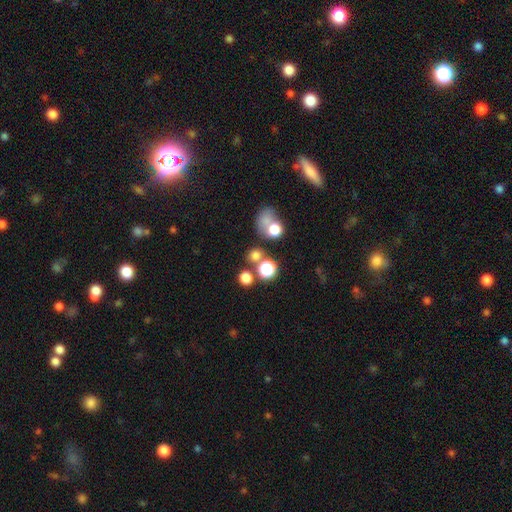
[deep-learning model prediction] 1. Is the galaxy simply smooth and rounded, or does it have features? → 69% smooth, 23% star or artifact, 9% featured or disk.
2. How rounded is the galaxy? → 81% round, 18% in between, 1% cigar-shaped.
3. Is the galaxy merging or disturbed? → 61% none, 24% merger, 9% minor disturbance, 6% major disturbance.